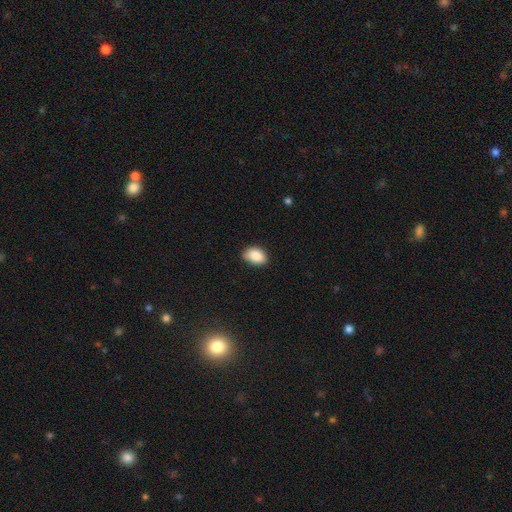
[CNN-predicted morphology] Smooth or featured: smooth — 88% (star or artifact — 7%)
How rounded: in between — 88% (round — 11%)
Merging: none — 82% (minor disturbance — 15%)